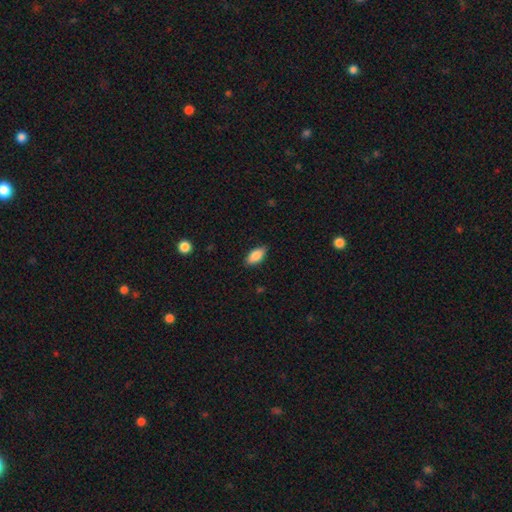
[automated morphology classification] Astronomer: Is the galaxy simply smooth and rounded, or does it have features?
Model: smooth — 87%.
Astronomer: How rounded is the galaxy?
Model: in between — 91%.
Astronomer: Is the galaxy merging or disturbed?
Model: none — 85%.